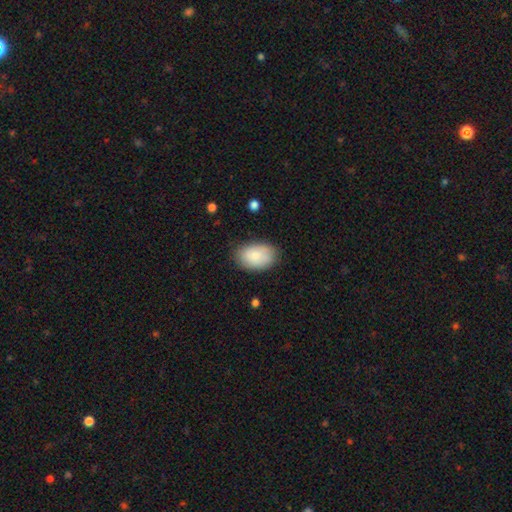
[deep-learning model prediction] smooth-or-featured: smooth: 83% | featured or disk: 11% | star or artifact: 6%
  how-rounded: in between: 90% | round: 9% | cigar-shaped: 1%
  merging: none: 81% | minor disturbance: 15% | major disturbance: 3% | merger: 1%